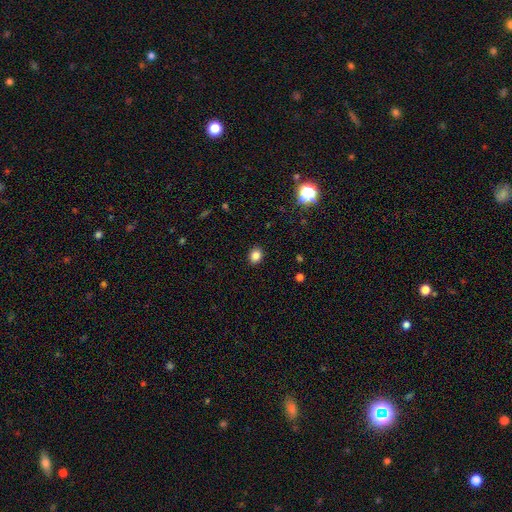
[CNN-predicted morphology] smooth-or-featured: smooth: 84% | star or artifact: 11% | featured or disk: 5%
  how-rounded: round: 55% | in between: 44% | cigar-shaped: 1%
  merging: none: 90% | minor disturbance: 7% | major disturbance: 2% | merger: 1%